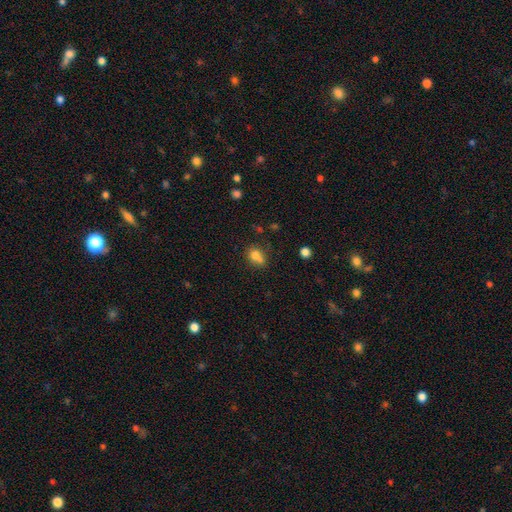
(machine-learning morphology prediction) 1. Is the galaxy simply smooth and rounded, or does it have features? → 77% smooth, 12% star or artifact, 11% featured or disk.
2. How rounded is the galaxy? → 57% round, 42% in between, 1% cigar-shaped.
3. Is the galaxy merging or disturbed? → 43% none, 34% merger, 16% minor disturbance, 6% major disturbance.